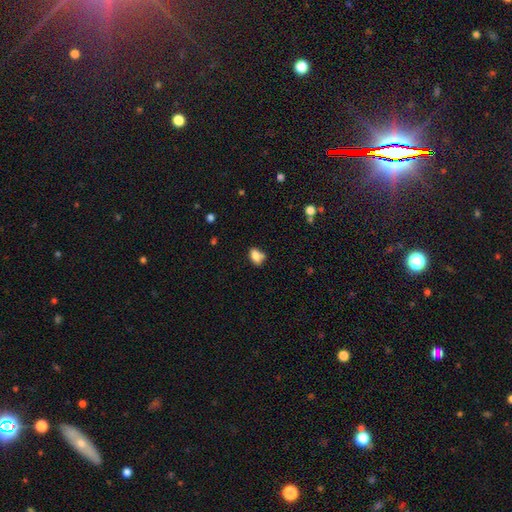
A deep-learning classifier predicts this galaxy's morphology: A smooth galaxy with no disk features (80%) that is in between round and cigar-shaped (79%).

Vote fractions:
- Smooth or featured? smooth: 80% / star or artifact: 10% / featured or disk: 10%
- How rounded? in between: 79% / round: 19% / cigar-shaped: 2%
- Merging? none: 51% / minor disturbance: 24% / merger: 18% / major disturbance: 7%